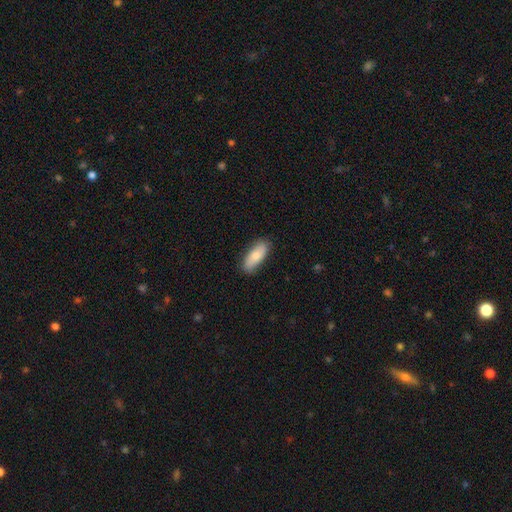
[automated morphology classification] A smooth galaxy with no disk features (75%) that is in between round and cigar-shaped (79%).

Vote fractions:
- Smooth or featured? smooth: 75% / featured or disk: 20% / star or artifact: 6%
- How rounded? in between: 79% / cigar-shaped: 19% / round: 2%
- Merging? none: 83% / minor disturbance: 13% / major disturbance: 2% / merger: 1%